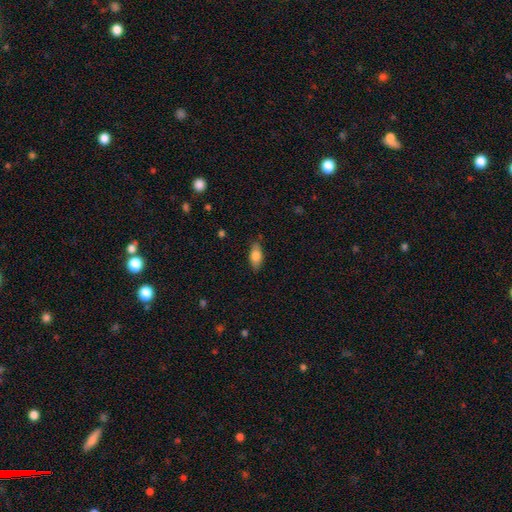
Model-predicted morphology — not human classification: smooth-or-featured: smooth: 78% | featured or disk: 15% | star or artifact: 7%
  how-rounded: in between: 84% | cigar-shaped: 12% | round: 3%
  merging: none: 81% | minor disturbance: 15% | major disturbance: 3% | merger: 1%